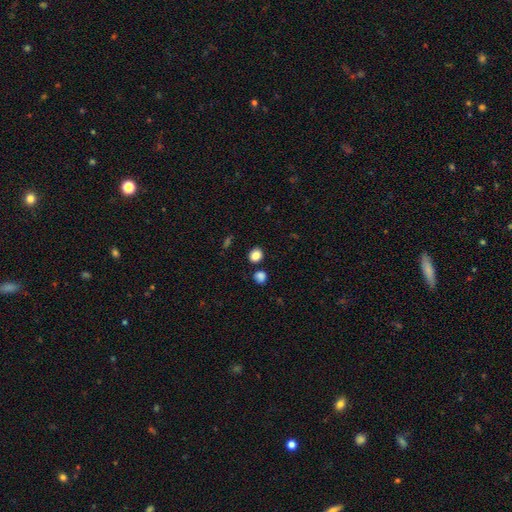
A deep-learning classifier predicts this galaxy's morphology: Smooth or featured?
  - smooth: 85% *
  - star or artifact: 11%
  - featured or disk: 4%
How rounded?
  - round: 75% *
  - in between: 24%
  - cigar-shaped: 1%
Merging?
  - none: 82% *
  - minor disturbance: 8%
  - merger: 7%
  - major disturbance: 3%